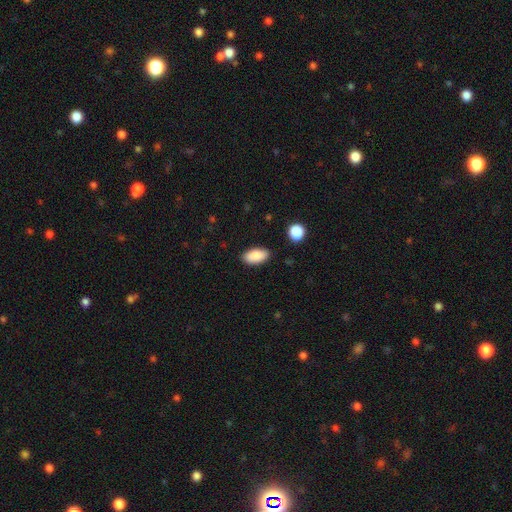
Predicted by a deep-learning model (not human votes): Q: Smooth or featured?
A: smooth (88%); runner-up: star or artifact (7%)
Q: How rounded?
A: in between (93%); runner-up: cigar-shaped (4%)
Q: Merging?
A: none (87%); runner-up: minor disturbance (9%)